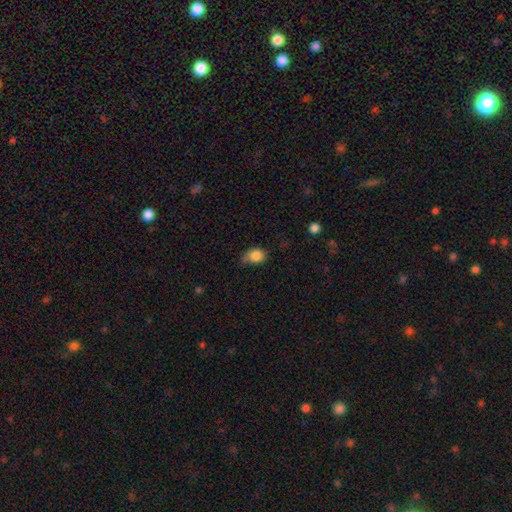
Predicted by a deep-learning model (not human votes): The model was most divided on "merging" (2-way tie): none: 42%, minor disturbance: 42%, major disturbance: 13%, merger: 2%. More confident: smooth or featured — smooth (84%); how rounded — in between (57%).